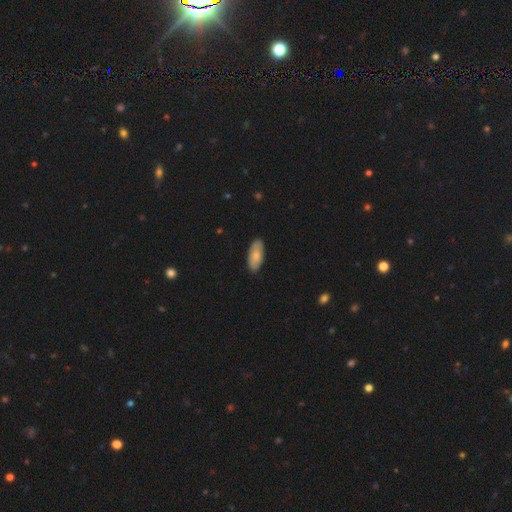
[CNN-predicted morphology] Overall: smooth (75%). How rounded: in between (88%). Merging: none (86%).